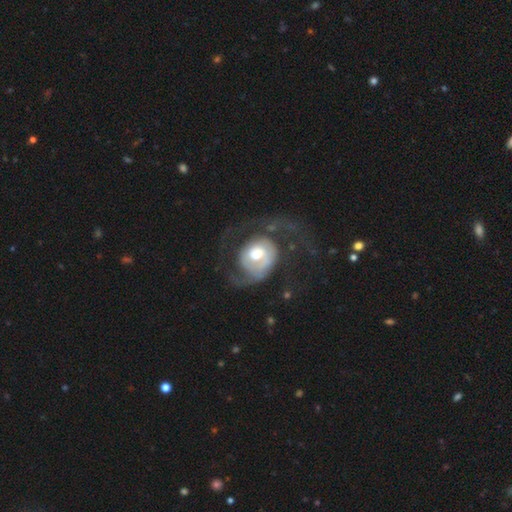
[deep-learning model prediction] A featured or disk galaxy (70%) with no bar (71%), 2 (40%) loose (39%) spiral arms (76%) and a moderate central bulge (59%). Merging: major disturbance (51%).